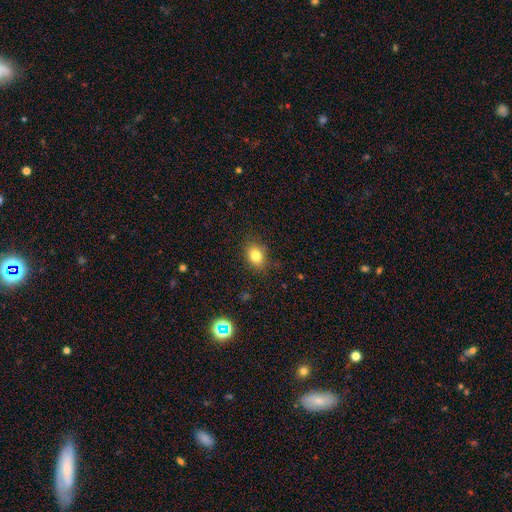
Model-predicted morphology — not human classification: smooth_or_featured: smooth (p=0.80) [alt: star or artifact p=0.12]
how_rounded: in between (p=0.65) [alt: round p=0.34]
merging: none (p=0.83) [alt: minor disturbance p=0.13]